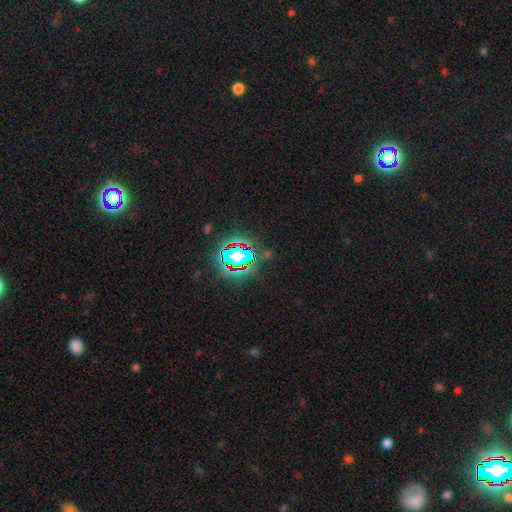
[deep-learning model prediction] A star or artifact, not a galaxy (82%).

Vote fractions:
- Smooth or featured? star or artifact: 82% / smooth: 11% / featured or disk: 7%